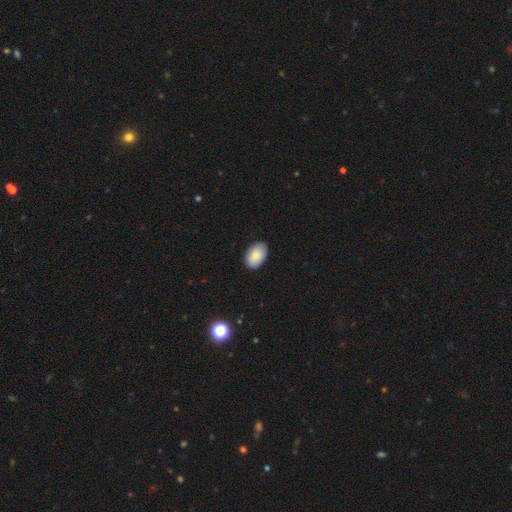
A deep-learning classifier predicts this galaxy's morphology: Overall: smooth (87%). How rounded: in between (92%). Merging: none (88%).